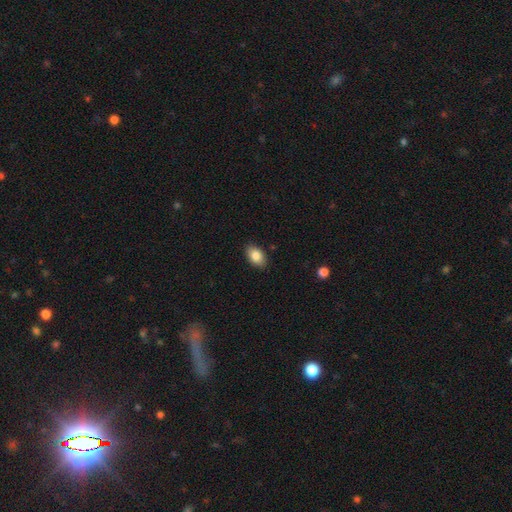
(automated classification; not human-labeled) smooth_or_featured: smooth (p=0.86) [alt: star or artifact p=0.07]
how_rounded: in between (p=0.89) [alt: round p=0.09]
merging: none (p=0.88) [alt: minor disturbance p=0.09]